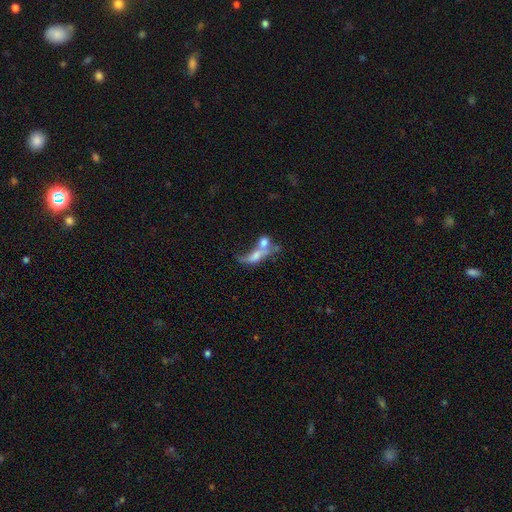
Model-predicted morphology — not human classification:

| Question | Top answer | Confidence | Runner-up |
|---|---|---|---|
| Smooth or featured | smooth | 48% | featured or disk (41%) |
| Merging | merger | 60% | major disturbance (18%) |